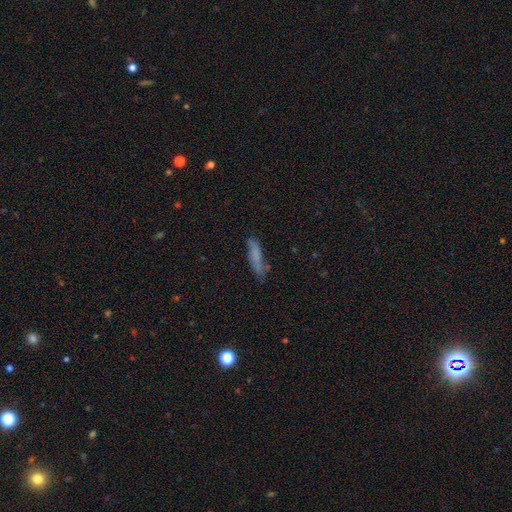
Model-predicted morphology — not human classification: Smooth or featured? smooth (74%)
How rounded? cigar-shaped (81%)
Merging? none (71%)